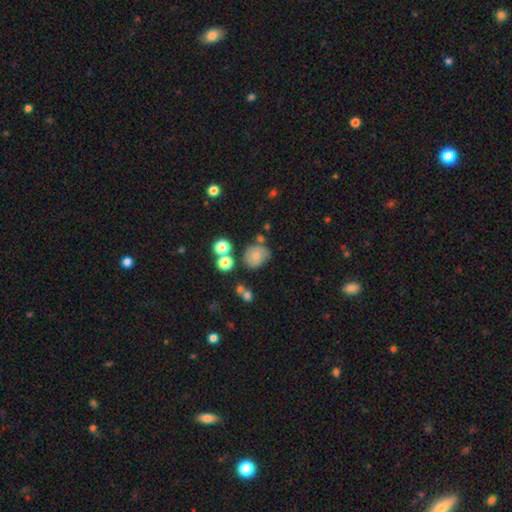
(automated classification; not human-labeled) Overall: smooth (62%; featured or disk 25%). How rounded: round (74%). Merging: none (55%; minor disturbance 26%).